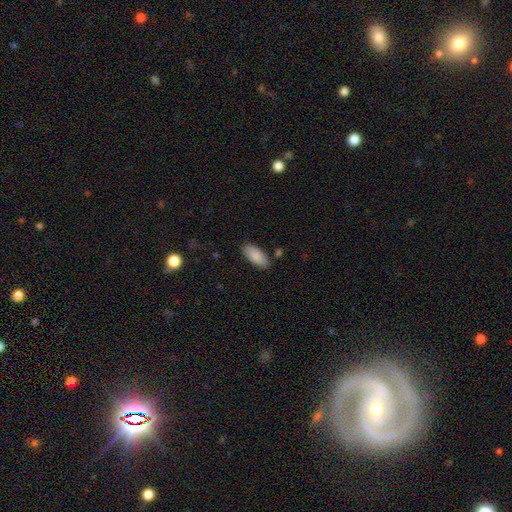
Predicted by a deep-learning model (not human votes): A smooth galaxy with no disk features (87%) that is in between round and cigar-shaped (89%).

Vote fractions:
- Smooth or featured? smooth: 87% / featured or disk: 7% / star or artifact: 6%
- How rounded? in between: 89% / cigar-shaped: 9% / round: 2%
- Merging? none: 84% / minor disturbance: 12% / merger: 2% / major disturbance: 2%